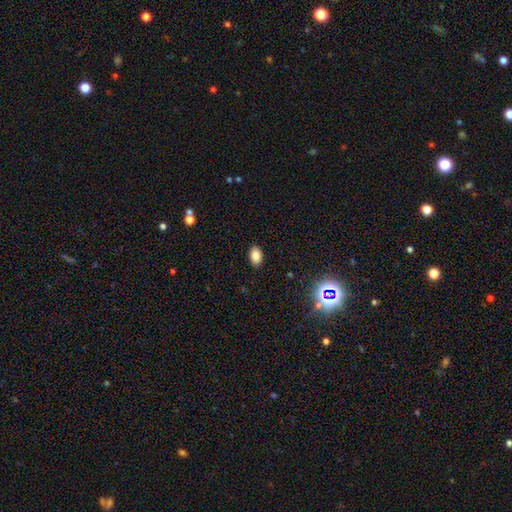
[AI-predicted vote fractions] A smooth galaxy with no disk features (85%) that is in between round and cigar-shaped (88%).

Vote fractions:
- Smooth or featured? smooth: 85% / star or artifact: 10% / featured or disk: 5%
- How rounded? in between: 88% / round: 10% / cigar-shaped: 1%
- Merging? none: 89% / minor disturbance: 8% / major disturbance: 2% / merger: 1%